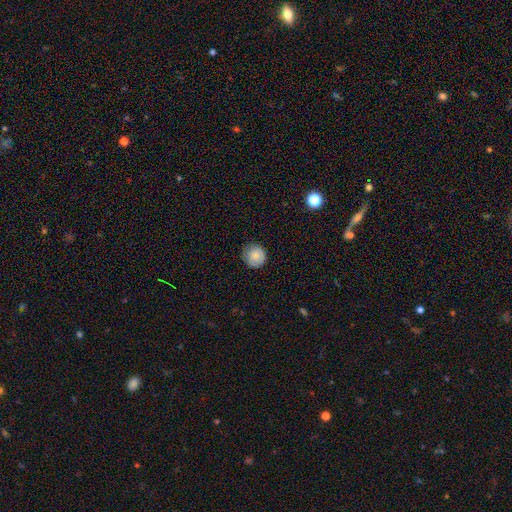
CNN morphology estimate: This is clearly a smooth galaxy (81%). How rounded: clearly round (94%). Merging: clearly none (82%).